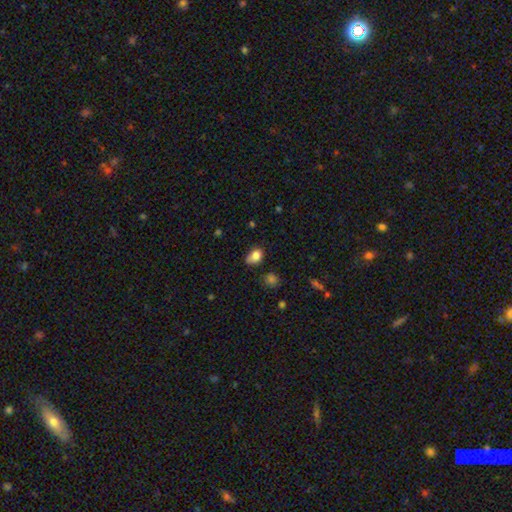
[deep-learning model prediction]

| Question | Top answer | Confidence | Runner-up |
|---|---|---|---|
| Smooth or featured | smooth | 82% | star or artifact (10%) |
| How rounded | in between | 69% | round (30%) |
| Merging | none | 53% | minor disturbance (34%) |